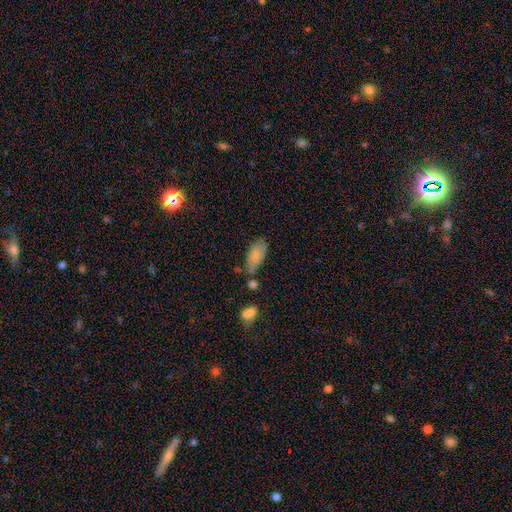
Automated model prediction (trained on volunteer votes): A smooth galaxy with no disk features (81%) that is in between round and cigar-shaped (84%).

Vote fractions:
- Smooth or featured? smooth: 81% / featured or disk: 11% / star or artifact: 8%
- How rounded? in between: 84% / cigar-shaped: 14% / round: 2%
- Merging? none: 57% / minor disturbance: 26% / merger: 10% / major disturbance: 7%